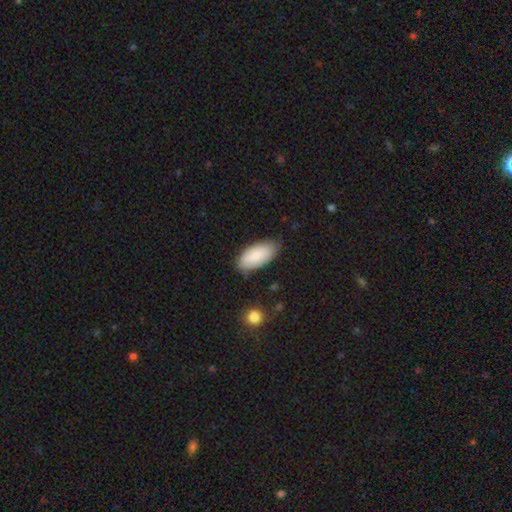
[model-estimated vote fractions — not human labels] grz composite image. It shows a smooth galaxy with no disk features (85%) that is in between round and cigar-shaped (91%). Merging: none (76%).